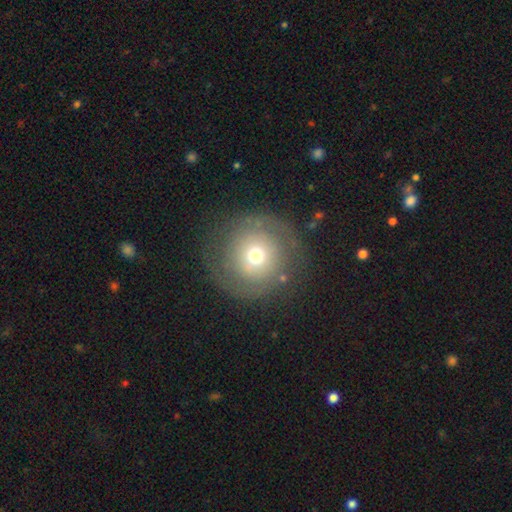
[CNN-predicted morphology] type=smooth (45%); merging=none (74%).